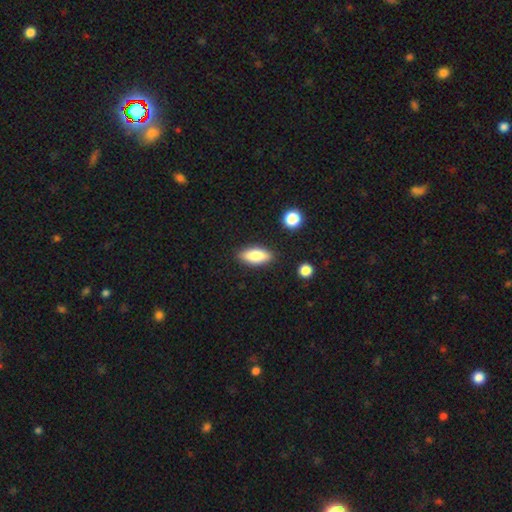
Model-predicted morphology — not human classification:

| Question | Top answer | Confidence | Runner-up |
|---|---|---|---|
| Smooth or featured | smooth | 79% | featured or disk (15%) |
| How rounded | in between | 78% | cigar-shaped (19%) |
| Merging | none | 86% | minor disturbance (10%) |